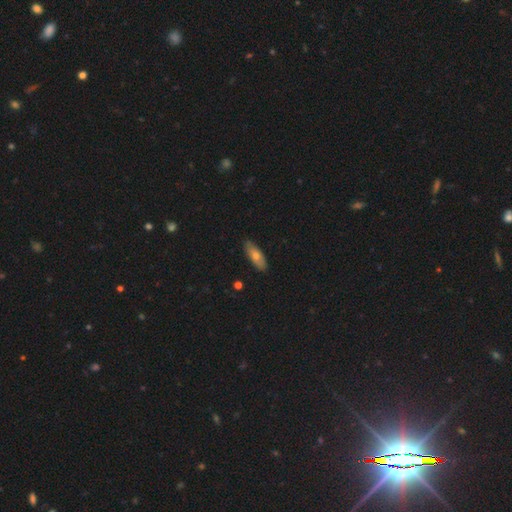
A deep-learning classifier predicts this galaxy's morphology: smooth_or_featured: smooth (p=0.63) [alt: featured or disk p=0.30]
how_rounded: in between (p=0.66) [alt: cigar-shaped p=0.32]
merging: none (p=0.87) [alt: minor disturbance p=0.11]